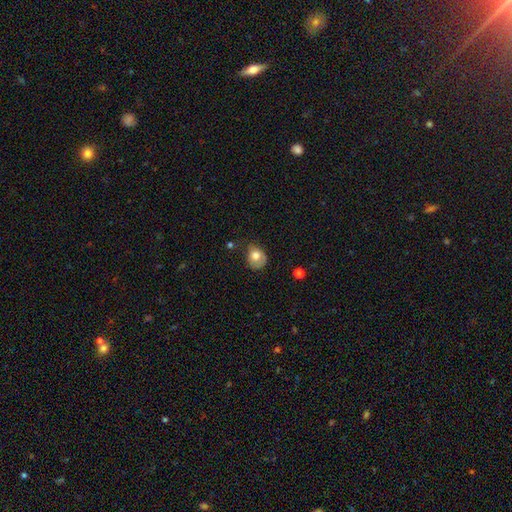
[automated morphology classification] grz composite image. It shows a smooth galaxy with no disk features (74%) that is round (59%). Merging: none (42%).